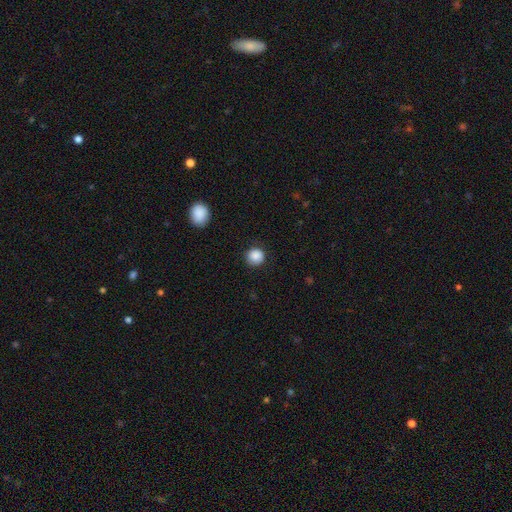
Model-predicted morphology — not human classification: Smooth or featured? smooth (88%)
How rounded? round (92%)
Merging? none (87%)